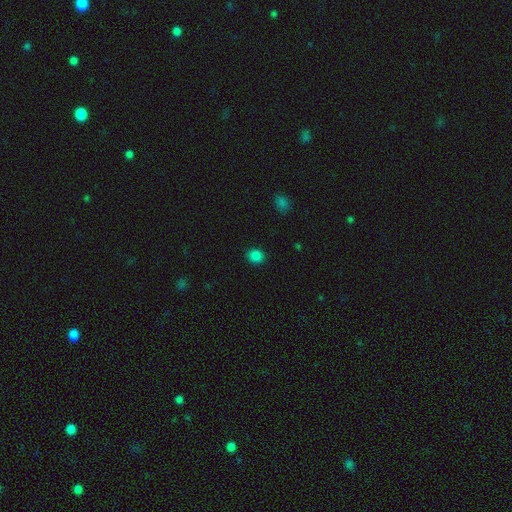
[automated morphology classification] Q: Smooth or featured?
A: smooth (84%); runner-up: star or artifact (13%)
Q: How rounded?
A: round (71%); runner-up: in between (28%)
Q: Merging?
A: none (90%); runner-up: minor disturbance (7%)